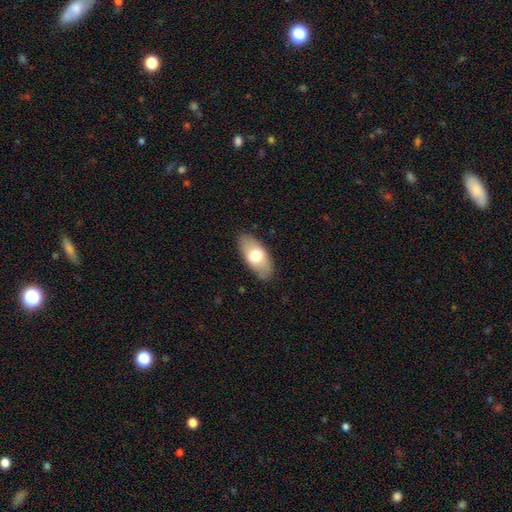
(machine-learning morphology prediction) A smooth galaxy with no disk features (68%) that is in between round and cigar-shaped (90%). Merging: none (85%).